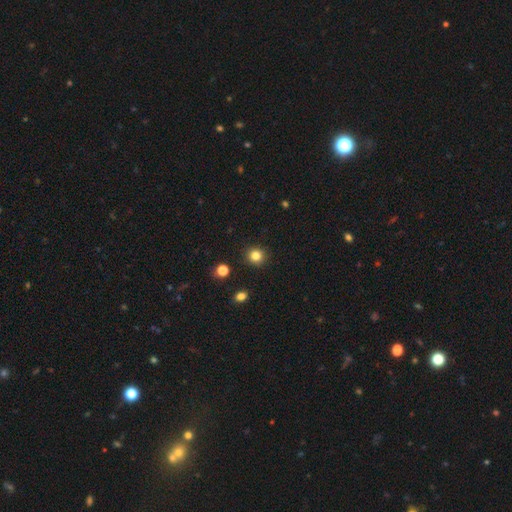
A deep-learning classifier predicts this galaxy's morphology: A smooth galaxy with no disk features (83%) that is round (91%). Merging: none (91%).